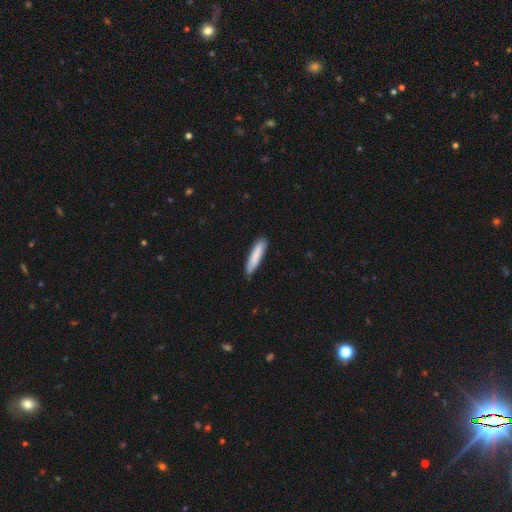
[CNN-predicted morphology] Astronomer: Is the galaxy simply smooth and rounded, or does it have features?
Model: smooth — 83%.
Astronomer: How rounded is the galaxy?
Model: cigar-shaped — 85%.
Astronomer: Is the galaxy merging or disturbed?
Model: none — 83%.